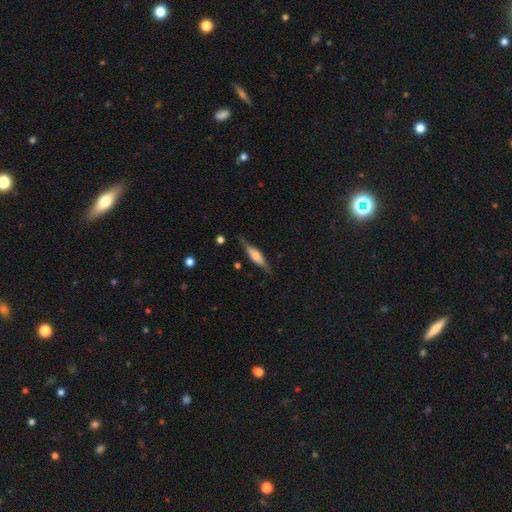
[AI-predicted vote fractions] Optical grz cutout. It shows a featured or disk galaxy (48%). Merging: none (79%).